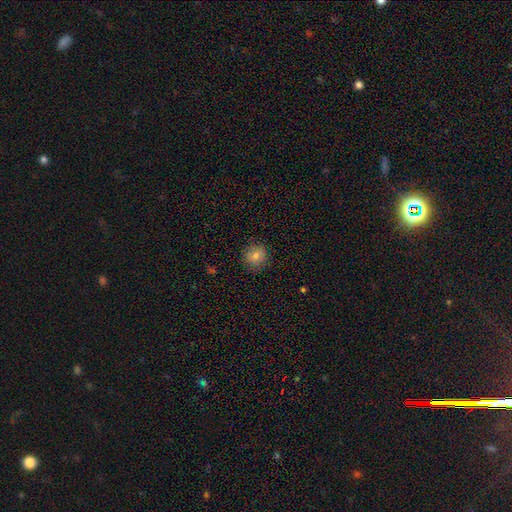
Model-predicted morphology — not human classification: Smooth or featured? Predicted: smooth (p=0.70). How rounded? Predicted: round (p=0.91). Merging? Predicted: none (p=0.87).